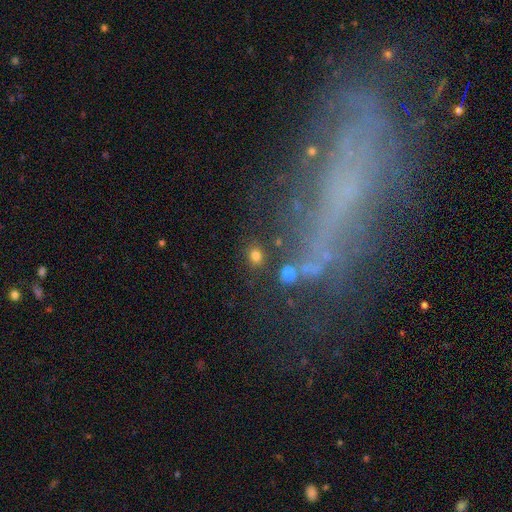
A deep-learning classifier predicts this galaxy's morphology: Smooth or featured: smooth — 78% (star or artifact — 14%)
How rounded: round — 70% (in between — 28%)
Merging: none — 82% (minor disturbance — 9%)